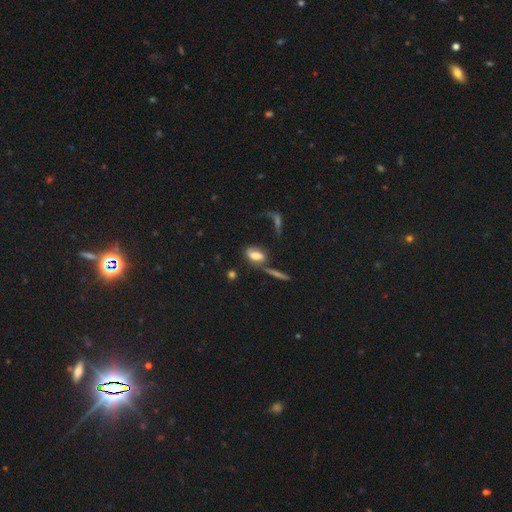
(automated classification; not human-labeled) A smooth galaxy with no disk features (61%) that is in between round and cigar-shaped (82%).

Vote fractions:
- Smooth or featured? smooth: 61% / featured or disk: 27% / star or artifact: 12%
- How rounded? in between: 82% / round: 10% / cigar-shaped: 9%
- Merging? none: 40% / merger: 22% / major disturbance: 19% / minor disturbance: 19%